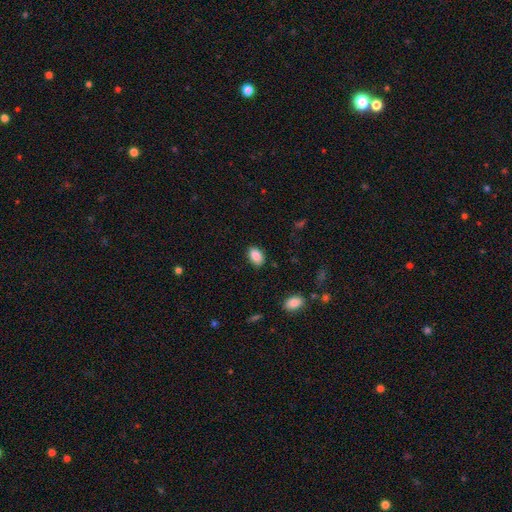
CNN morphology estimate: This appears to be a smooth galaxy with no disk features (89%) that is in between round and cigar-shaped (89%). Merging: none (86%).